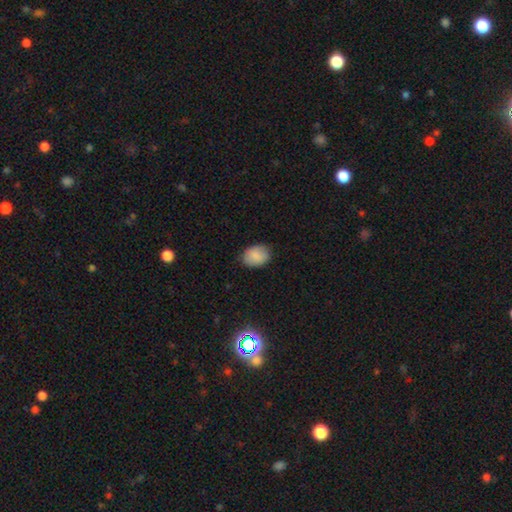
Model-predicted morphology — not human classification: Overall: smooth (87%). How rounded: in between (71%). Merging: none (84%).